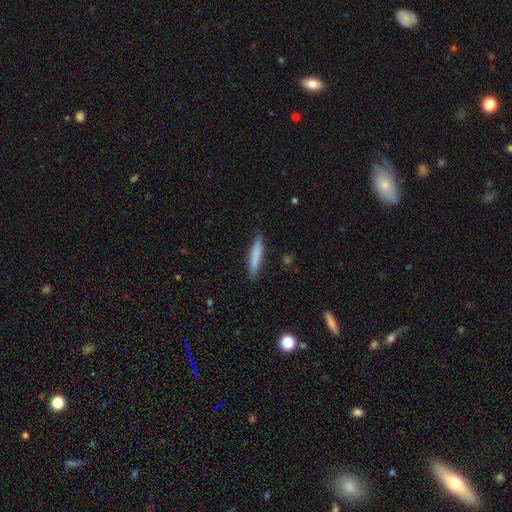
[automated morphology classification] smooth-or-featured: smooth: 77% | featured or disk: 17% | star or artifact: 6%
  how-rounded: cigar-shaped: 91% | in between: 8% | round: 1%
  merging: none: 87% | minor disturbance: 9% | major disturbance: 2% | merger: 1%